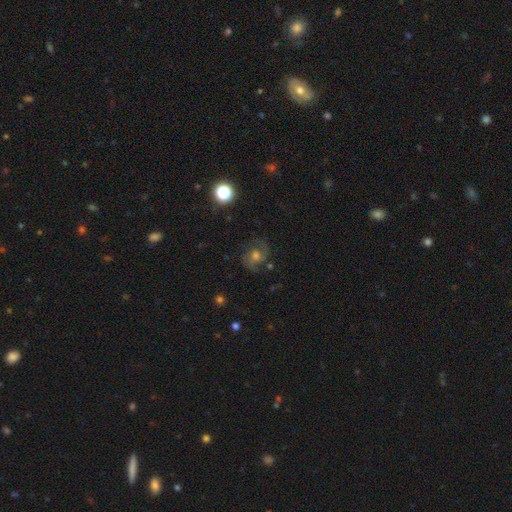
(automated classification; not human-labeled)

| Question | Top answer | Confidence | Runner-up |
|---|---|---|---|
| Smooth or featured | featured or disk | 63% | smooth (20%) |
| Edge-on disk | no | 97% | yes (3%) |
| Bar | no | 62% | weak (32%) |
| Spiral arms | yes | 91% | no (9%) |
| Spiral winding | medium | 54% | tight (27%) |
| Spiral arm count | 2 | 79% | can't tell (10%) |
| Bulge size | moderate | 60% | small (20%) |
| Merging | none | 76% | minor disturbance (15%) |